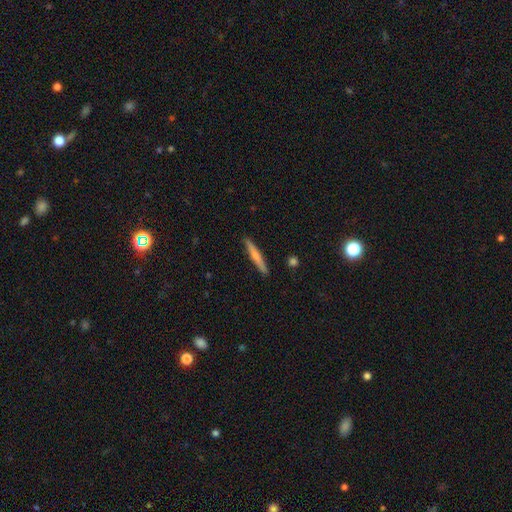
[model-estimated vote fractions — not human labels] This appears to be a smooth galaxy with no disk features (60%) that is cigar-shaped (95%). Merging: none (90%).